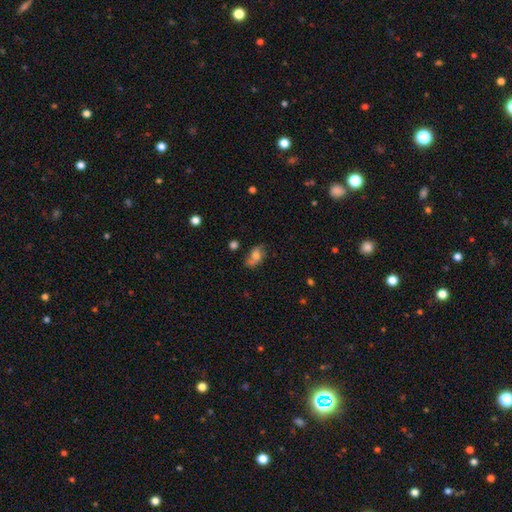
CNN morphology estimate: This is possibly a smooth galaxy (52%). How rounded: clearly in between (81%). Merging: possibly none (53%).